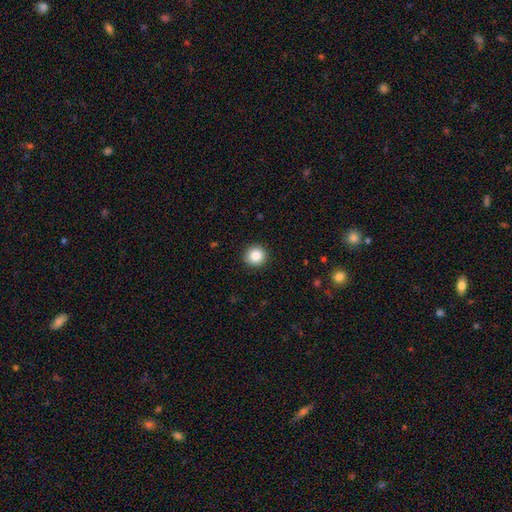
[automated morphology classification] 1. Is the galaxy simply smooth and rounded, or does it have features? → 86% smooth, 9% star or artifact, 4% featured or disk.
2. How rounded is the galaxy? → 94% round, 5% in between, 1% cigar-shaped.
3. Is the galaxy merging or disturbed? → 92% none, 5% minor disturbance, 2% major disturbance, 1% merger.